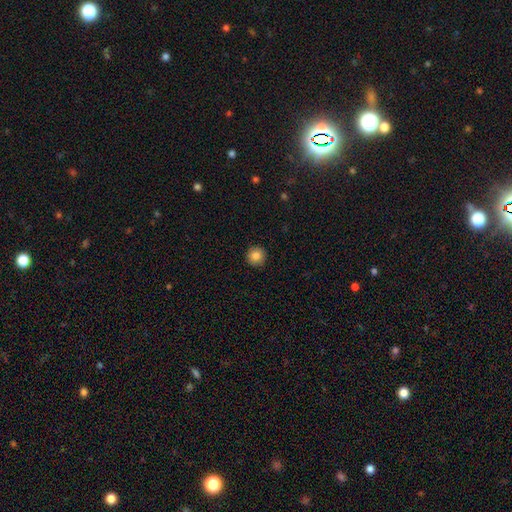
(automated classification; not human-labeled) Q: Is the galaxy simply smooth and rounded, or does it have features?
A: smooth — 84%.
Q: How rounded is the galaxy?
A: round — 95%.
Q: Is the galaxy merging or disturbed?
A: none — 92%.